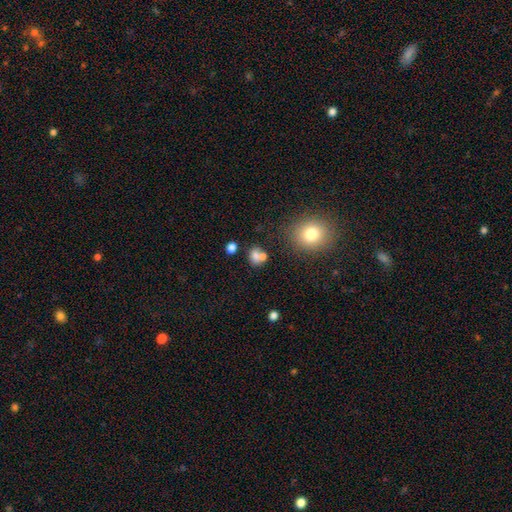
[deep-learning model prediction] Smooth or featured? Predicted: smooth (p=0.74). How rounded? Predicted: round (p=0.64). Merging? Predicted: none (p=0.45).